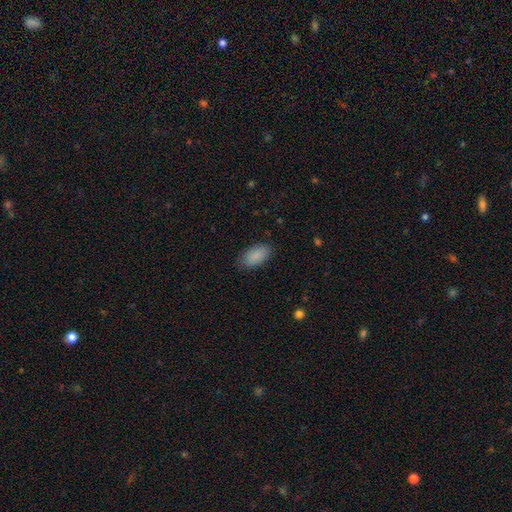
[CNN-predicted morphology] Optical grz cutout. It shows a smooth galaxy with no disk features (90%) that is in between round and cigar-shaped (94%). Merging: none (86%).